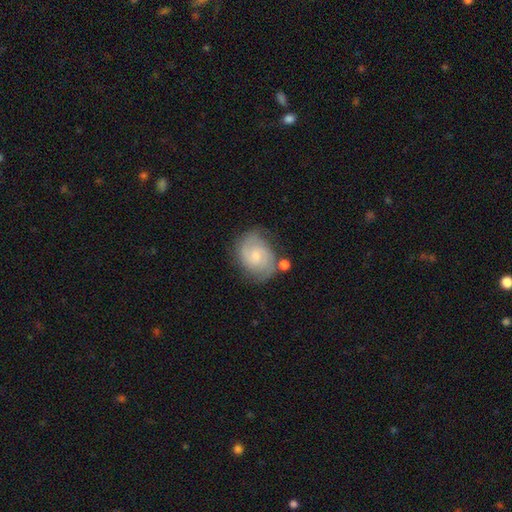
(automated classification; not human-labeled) Q: Smooth or featured?
A: featured or disk (71%); runner-up: smooth (23%)
Q: Edge-on disk?
A: no (98%); runner-up: yes (2%)
Q: Bar?
A: no (56%); runner-up: weak (40%)
Q: Spiral arms?
A: yes (93%); runner-up: no (7%)
Q: Spiral winding?
A: medium (45%); runner-up: tight (41%)
Q: Spiral arm count?
A: 2 (73%); runner-up: can't tell (14%)
Q: Bulge size?
A: small (61%); runner-up: moderate (31%)
Q: Merging?
A: none (66%); runner-up: minor disturbance (20%)